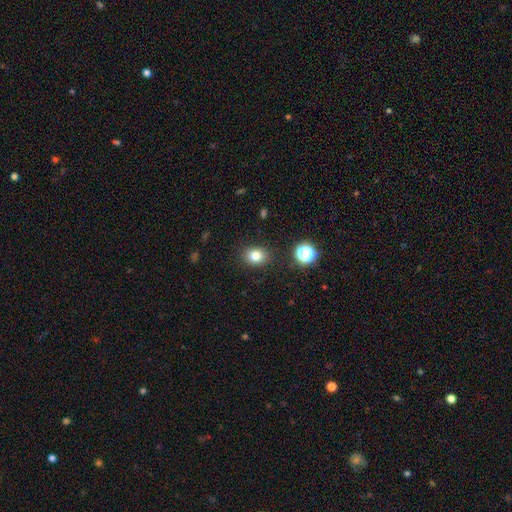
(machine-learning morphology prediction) This is clearly a smooth galaxy (80%). How rounded: possibly round (50%, tied with in between). Merging: clearly none (87%).